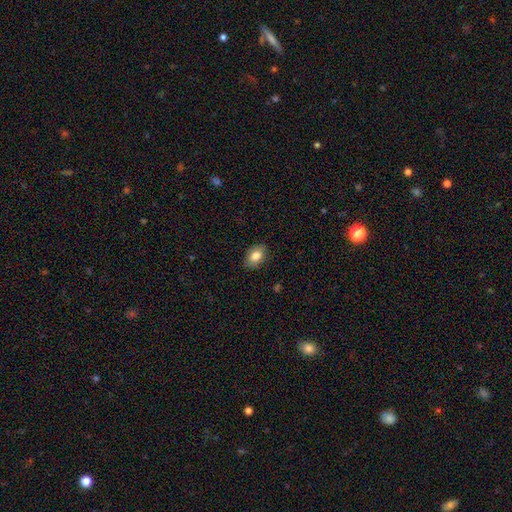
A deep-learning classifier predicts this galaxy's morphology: smooth-or-featured: smooth: 82% | featured or disk: 10% | star or artifact: 8%
  how-rounded: in between: 85% | round: 14% | cigar-shaped: 1%
  merging: none: 86% | minor disturbance: 10% | major disturbance: 2% | merger: 1%